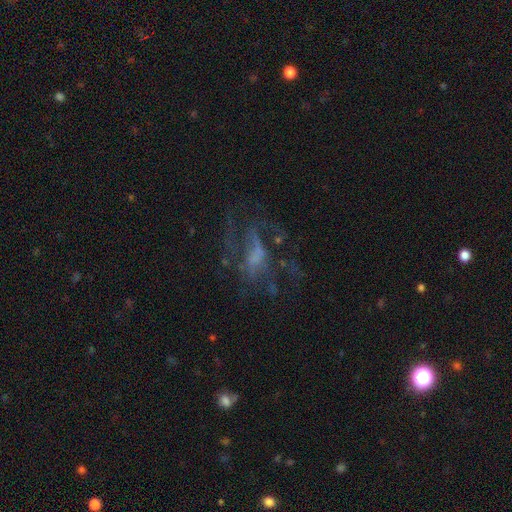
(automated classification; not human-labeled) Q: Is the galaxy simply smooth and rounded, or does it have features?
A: featured or disk — 62%.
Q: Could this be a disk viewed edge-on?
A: no — 95%.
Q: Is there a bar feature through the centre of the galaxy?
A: no — 62%.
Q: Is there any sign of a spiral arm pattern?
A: no — 55%.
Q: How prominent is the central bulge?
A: none — 50%.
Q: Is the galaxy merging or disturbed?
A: none — 41%.